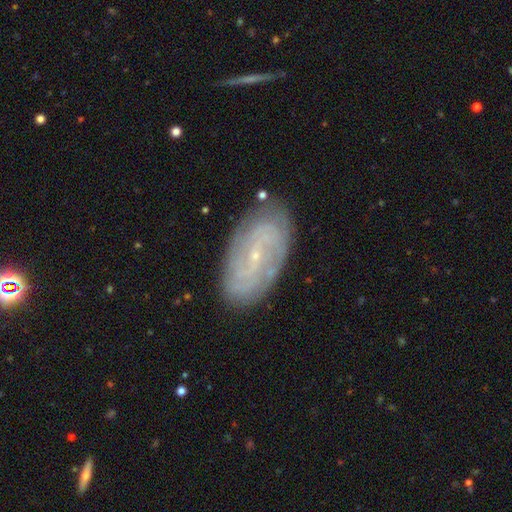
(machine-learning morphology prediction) Smooth or featured? featured or disk (76%)
Edge-on disk? no (94%)
Bar? weak (43%)
Spiral arms? yes (90%)
Spiral winding? tight (48%)
Spiral arm count? 2 (39%)
Bulge size? small (86%)
Merging? none (83%)